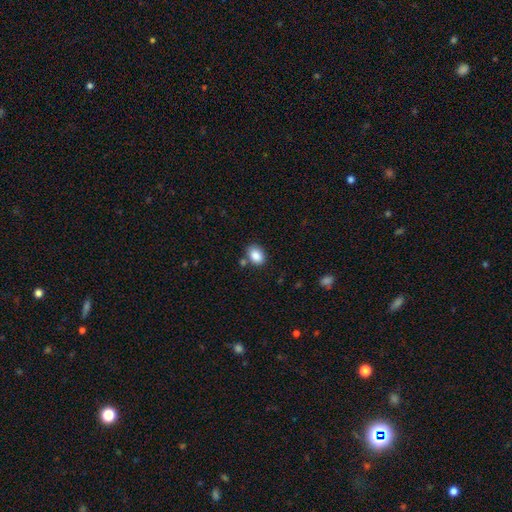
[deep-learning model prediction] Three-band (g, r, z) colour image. It shows a smooth galaxy with no disk features (87%) that is in between round and cigar-shaped (73%). Merging: none (74%).